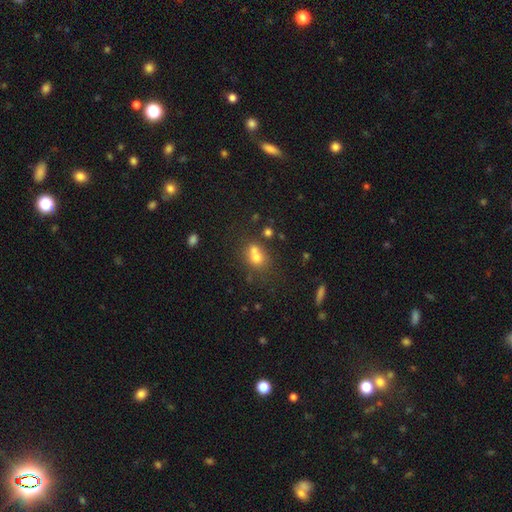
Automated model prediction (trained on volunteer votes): Q: Smooth or featured?
A: smooth (67%); runner-up: featured or disk (18%)
Q: How rounded?
A: round (59%); runner-up: in between (40%)
Q: Merging?
A: merger (53%); runner-up: none (32%)